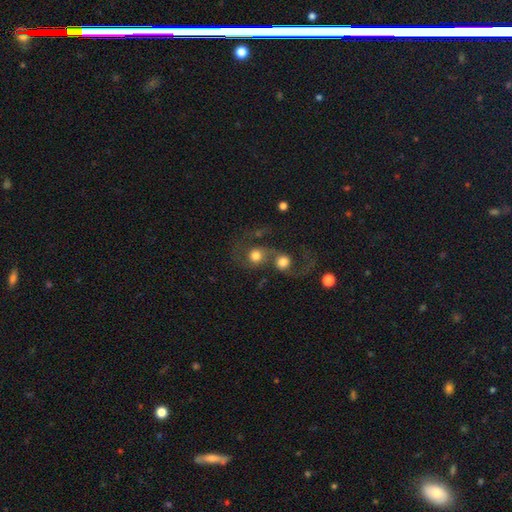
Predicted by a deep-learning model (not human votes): This is possibly a smooth galaxy (53%). How rounded: clearly round (80%). Merging: likely merger (67%).